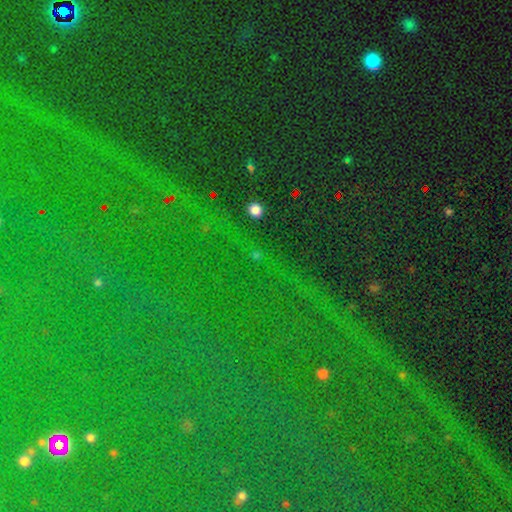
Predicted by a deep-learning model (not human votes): This is clearly a star or artifact rather than a galaxy (87%).